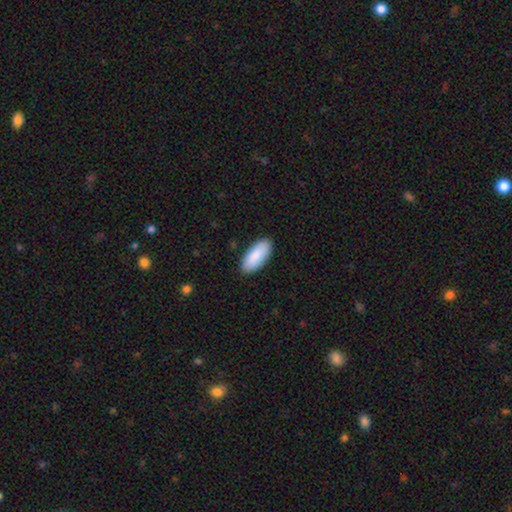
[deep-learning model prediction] Overall: smooth (90%). How rounded: in between (87%). Merging: none (88%).